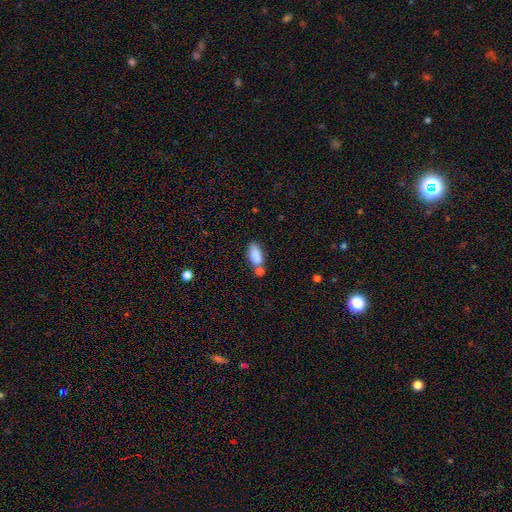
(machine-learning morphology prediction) A smooth galaxy with no disk features (82%) that is in between round and cigar-shaped (87%).

Vote fractions:
- Smooth or featured? smooth: 82% / featured or disk: 9% / star or artifact: 8%
- How rounded? in between: 87% / cigar-shaped: 9% / round: 4%
- Merging? none: 47% / merger: 32% / minor disturbance: 16% / major disturbance: 6%